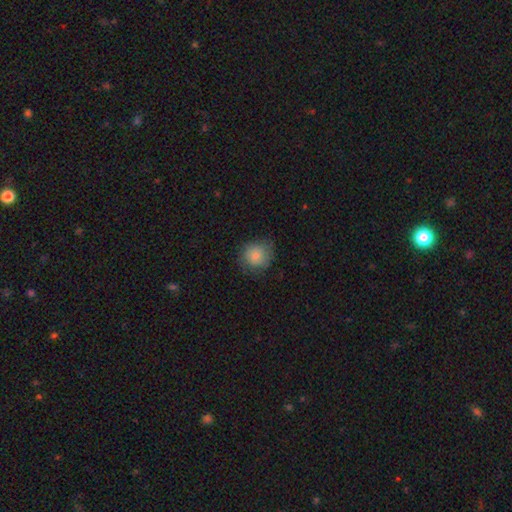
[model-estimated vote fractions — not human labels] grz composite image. It shows a smooth galaxy with no disk features (81%) that is round (86%). Merging: none (72%).